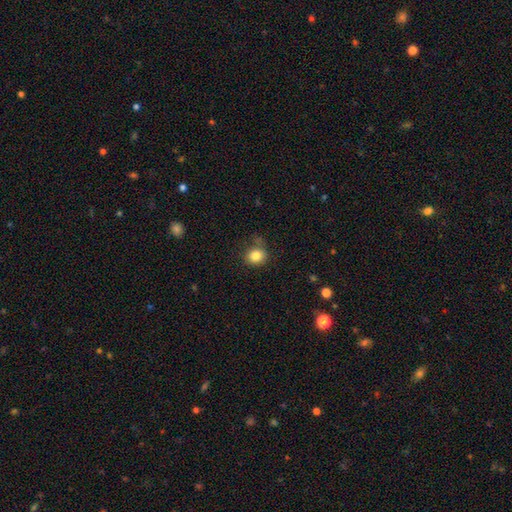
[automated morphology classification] A smooth galaxy with no disk features (83%) that is round (71%).

Vote fractions:
- Smooth or featured? smooth: 83% / star or artifact: 11% / featured or disk: 6%
- How rounded? round: 71% / in between: 28% / cigar-shaped: 1%
- Merging? none: 73% / minor disturbance: 17% / major disturbance: 5% / merger: 4%